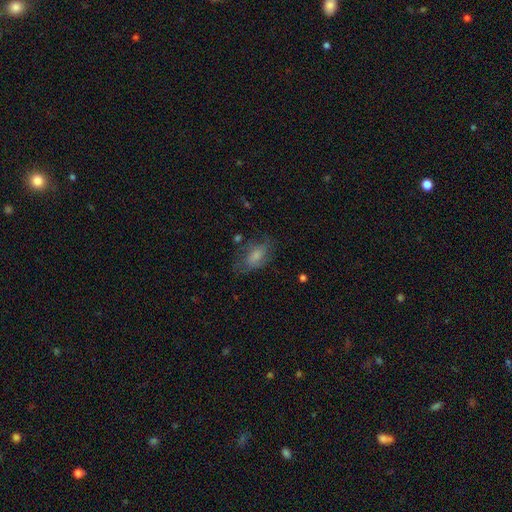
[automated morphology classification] A smooth galaxy with no disk features (60%) that is in between round and cigar-shaped (88%). Merging: none (51%).